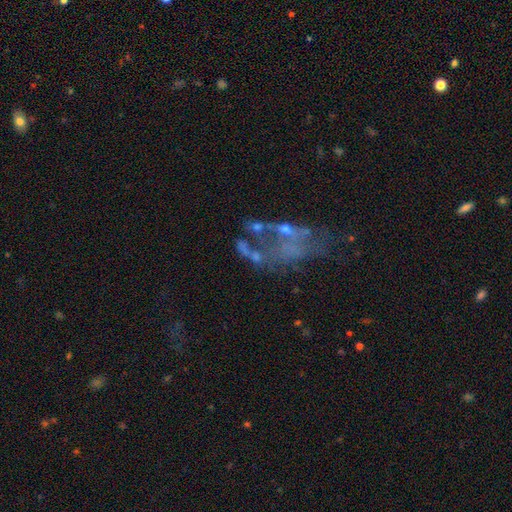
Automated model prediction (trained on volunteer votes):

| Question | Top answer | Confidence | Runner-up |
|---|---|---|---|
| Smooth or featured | featured or disk | 56% | star or artifact (26%) |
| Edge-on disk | no | 95% | yes (5%) |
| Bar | no | 87% | weak (9%) |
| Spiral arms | no | 85% | yes (15%) |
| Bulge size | none | 70% | small (20%) |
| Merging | none | 35% | major disturbance (33%) |